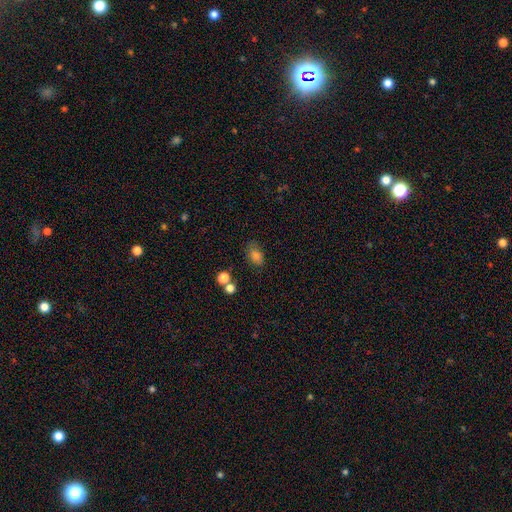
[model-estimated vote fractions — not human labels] Smooth or featured?
  - smooth: 80% *
  - star or artifact: 12%
  - featured or disk: 8%
How rounded?
  - in between: 84% *
  - round: 14%
  - cigar-shaped: 2%
Merging?
  - none: 72% *
  - minor disturbance: 18%
  - merger: 5%
  - major disturbance: 5%